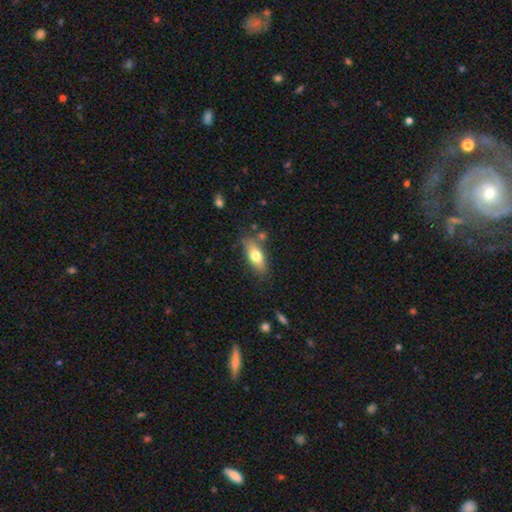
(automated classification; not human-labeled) This is likely a smooth galaxy (70%). How rounded: likely in between (74%). Merging: likely none (75%).